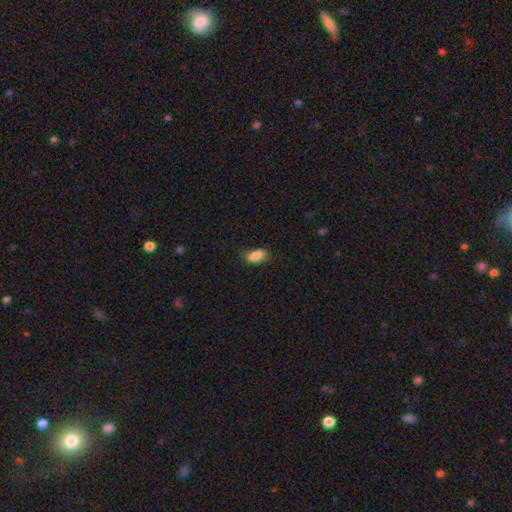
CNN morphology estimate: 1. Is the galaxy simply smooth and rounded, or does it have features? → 86% smooth, 7% star or artifact, 7% featured or disk.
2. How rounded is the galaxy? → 90% in between, 6% cigar-shaped, 5% round.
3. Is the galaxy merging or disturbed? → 70% none, 23% minor disturbance, 6% major disturbance, 1% merger.